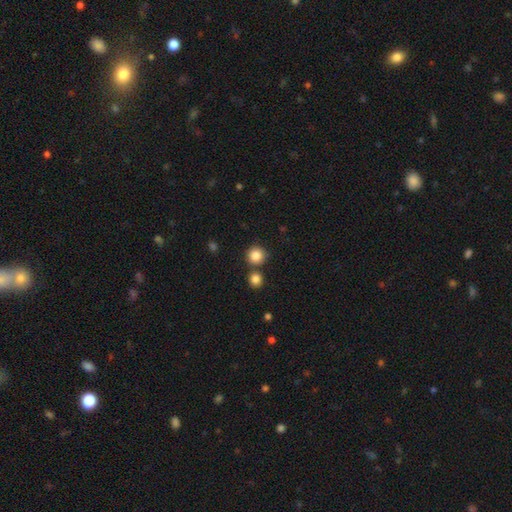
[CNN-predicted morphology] Smooth or featured?
  - smooth: 85% *
  - star or artifact: 10%
  - featured or disk: 5%
How rounded?
  - round: 93% *
  - in between: 6%
  - cigar-shaped: 1%
Merging?
  - none: 77% *
  - merger: 14%
  - minor disturbance: 7%
  - major disturbance: 2%